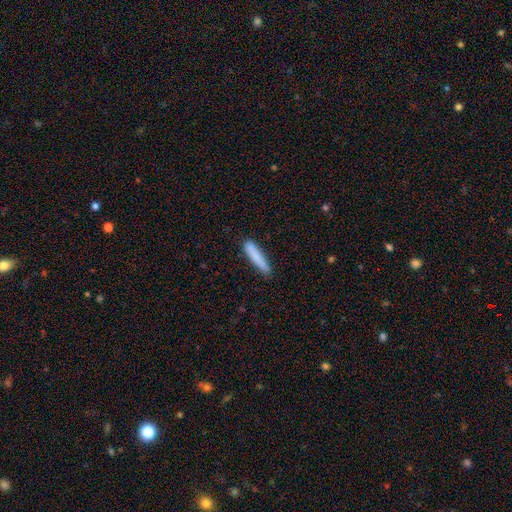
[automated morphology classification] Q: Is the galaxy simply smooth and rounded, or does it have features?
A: smooth — 83%.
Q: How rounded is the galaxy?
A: cigar-shaped — 90%.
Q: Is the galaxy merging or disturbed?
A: none — 86%.